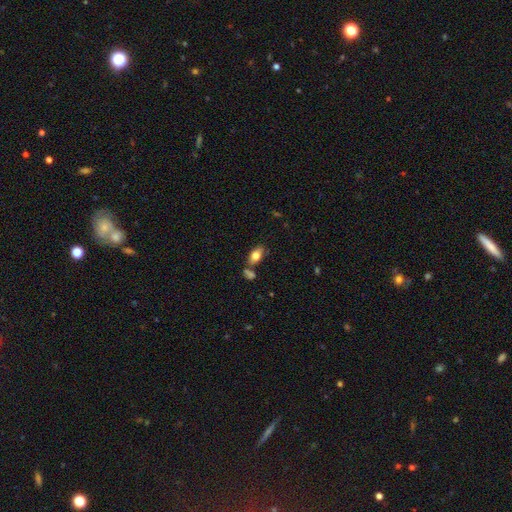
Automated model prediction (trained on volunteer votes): Smooth or featured?
  - smooth: 78% *
  - featured or disk: 15%
  - star or artifact: 8%
How rounded?
  - in between: 90% *
  - round: 6%
  - cigar-shaped: 4%
Merging?
  - none: 65% *
  - merger: 17%
  - minor disturbance: 14%
  - major disturbance: 4%